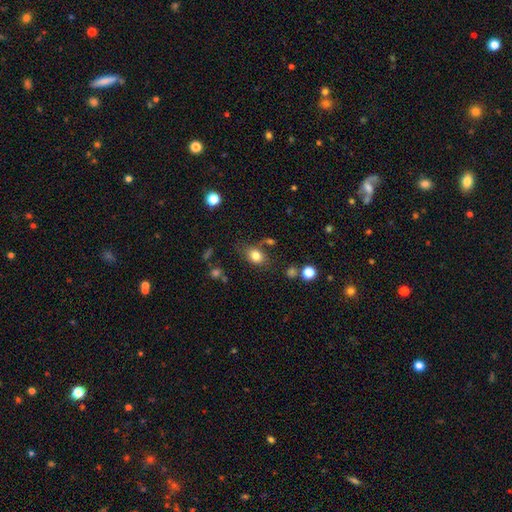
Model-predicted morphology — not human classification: Q: Smooth or featured?
A: smooth (81%); runner-up: star or artifact (11%)
Q: How rounded?
A: in between (67%); runner-up: round (32%)
Q: Merging?
A: none (69%); runner-up: minor disturbance (18%)